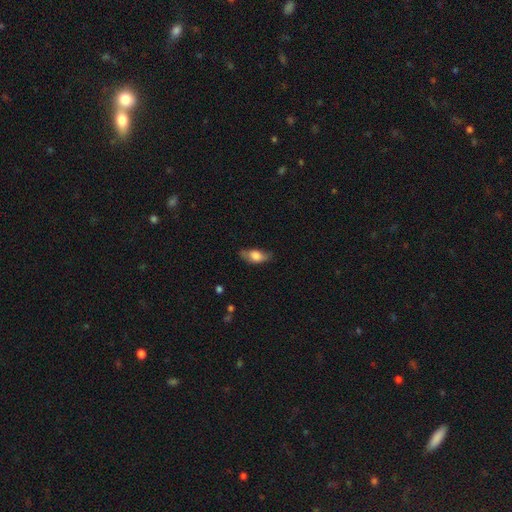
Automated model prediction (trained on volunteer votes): Smooth or featured? smooth (69%)
How rounded? in between (84%)
Merging? none (69%)